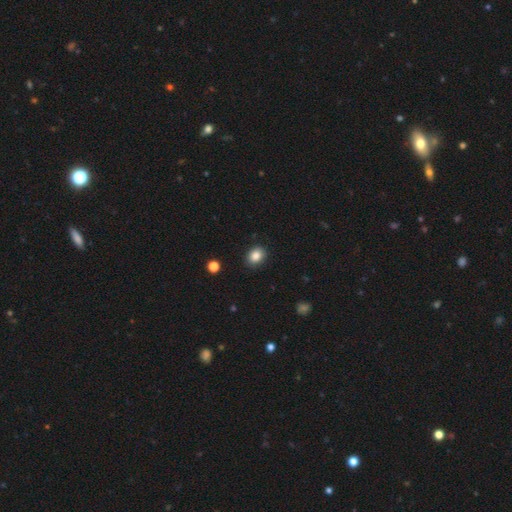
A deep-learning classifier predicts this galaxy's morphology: Smooth or featured: smooth — 85% (star or artifact — 10%)
How rounded: in between — 52% (round — 47%)
Merging: none — 88% (minor disturbance — 9%)